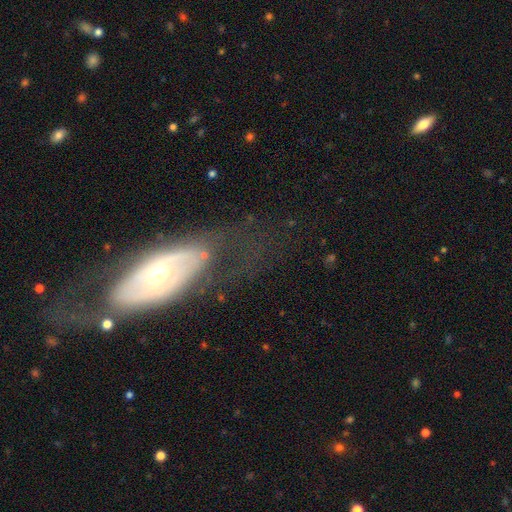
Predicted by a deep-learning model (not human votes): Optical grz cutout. It shows a featured or disk galaxy (68%) with no bar (68%), no spiral arms (51%) and a moderate central bulge (47%). Merging: none (65%).